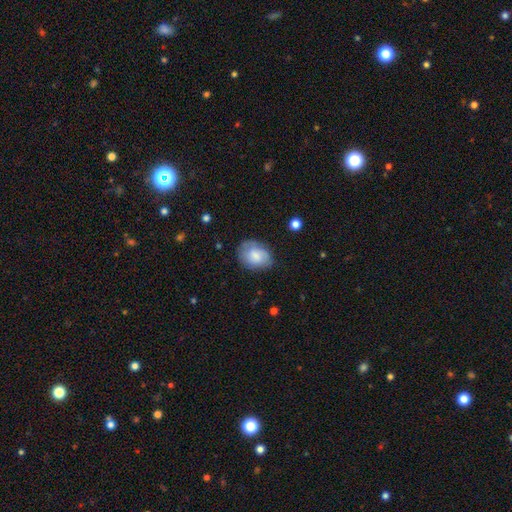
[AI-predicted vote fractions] Q: Smooth or featured?
A: smooth (71%); runner-up: featured or disk (22%)
Q: How rounded?
A: in between (70%); runner-up: round (29%)
Q: Merging?
A: none (67%); runner-up: minor disturbance (25%)